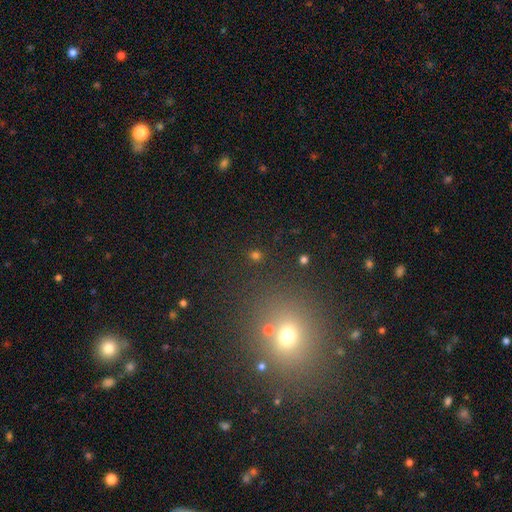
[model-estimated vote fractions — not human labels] Morphology: type=smooth (61%); roundness=round (79%); merging=none (82%).